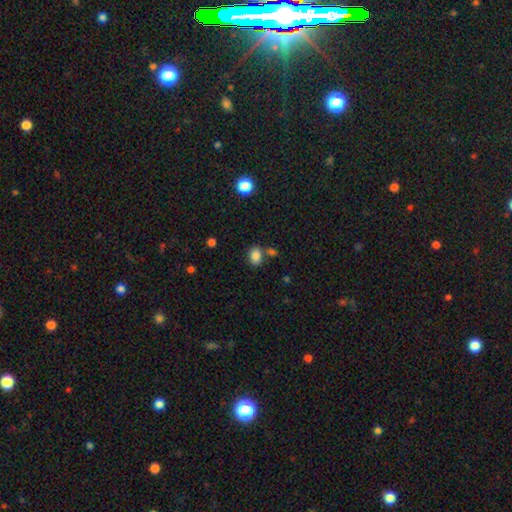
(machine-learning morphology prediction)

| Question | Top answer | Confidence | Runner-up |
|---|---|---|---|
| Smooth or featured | smooth | 84% | star or artifact (11%) |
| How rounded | in between | 73% | round (26%) |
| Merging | none | 64% | merger (18%) |